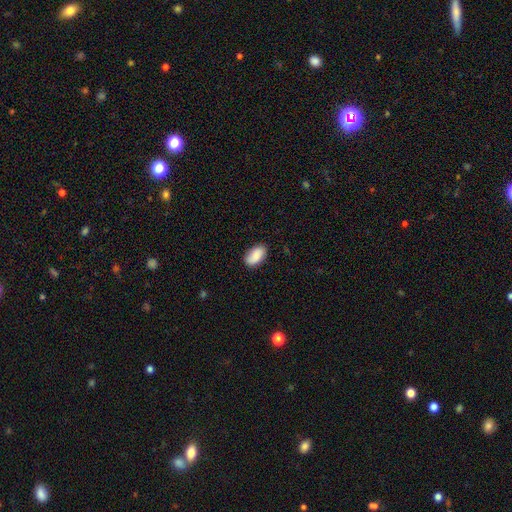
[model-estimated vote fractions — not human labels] The model was most divided on "merging": none: 85%, minor disturbance: 12%, major disturbance: 2%, merger: 1%. More confident: how rounded — in between (93%); smooth or featured — smooth (84%).